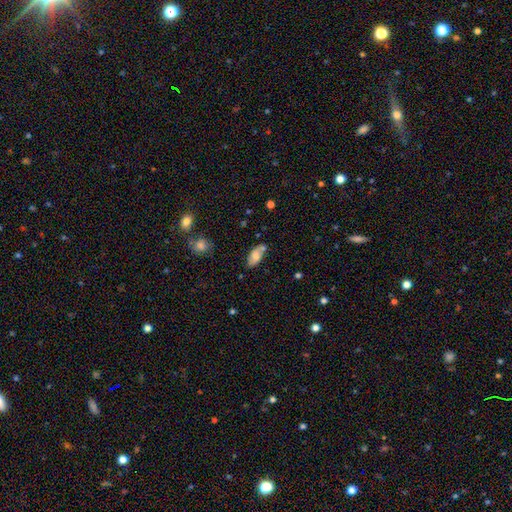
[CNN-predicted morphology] Q: Smooth or featured?
A: smooth (67%); runner-up: featured or disk (25%)
Q: How rounded?
A: in between (89%); runner-up: cigar-shaped (8%)
Q: Merging?
A: none (63%); runner-up: minor disturbance (20%)